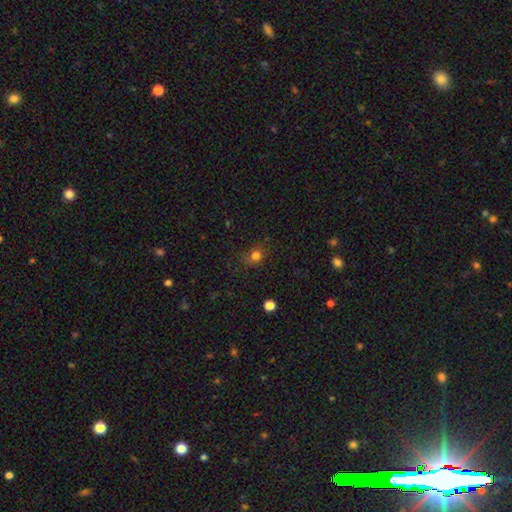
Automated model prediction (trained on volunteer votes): The model was most divided on "how rounded": round: 71%, in between: 27%, cigar-shaped: 1%. More confident: smooth or featured — smooth (75%); merging — none (71%).